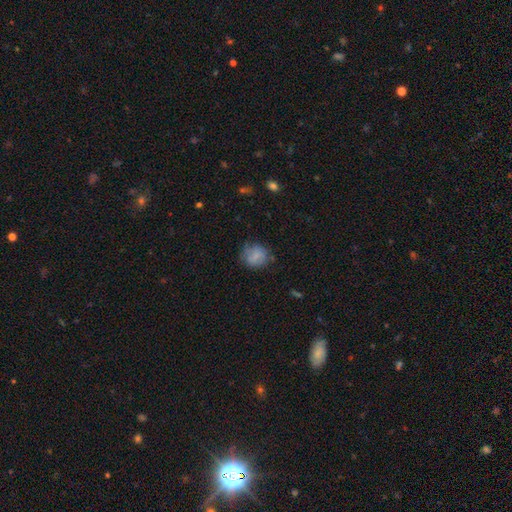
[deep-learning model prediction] smooth_or_featured: smooth (p=0.76) [alt: featured or disk p=0.15]
how_rounded: round (p=0.77) [alt: in between p=0.22]
merging: none (p=0.68) [alt: minor disturbance p=0.22]